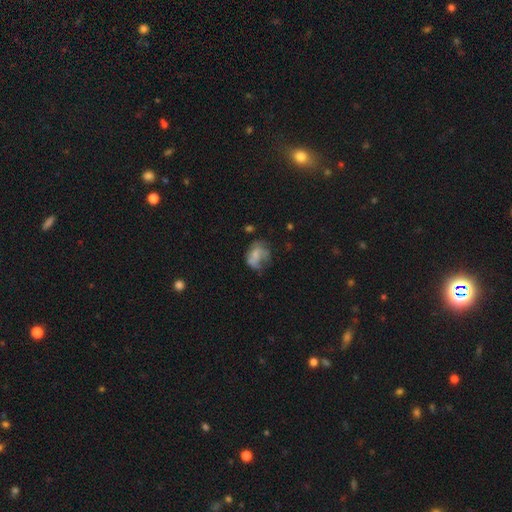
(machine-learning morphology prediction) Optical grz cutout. It shows a smooth galaxy with no disk features (48%). Merging: none (34%).